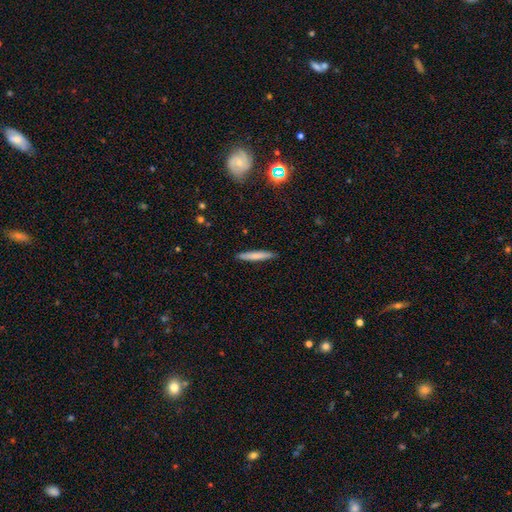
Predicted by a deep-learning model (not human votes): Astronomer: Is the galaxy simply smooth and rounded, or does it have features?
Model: smooth — 74%.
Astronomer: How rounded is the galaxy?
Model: cigar-shaped — 94%.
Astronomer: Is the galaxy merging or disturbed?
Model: none — 90%.